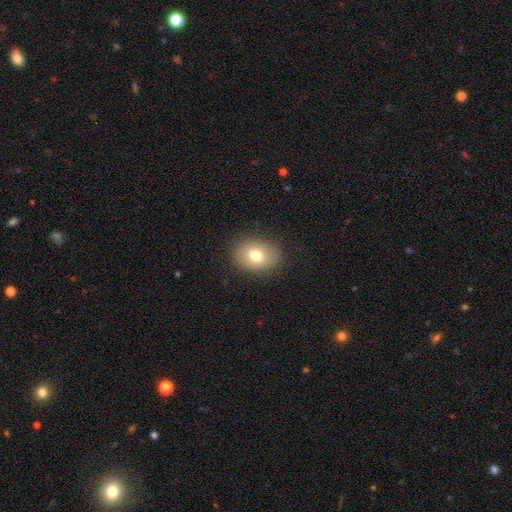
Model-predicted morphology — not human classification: Smooth or featured: smooth — 75% (featured or disk — 15%)
How rounded: in between — 62% (round — 38%)
Merging: none — 85% (minor disturbance — 11%)